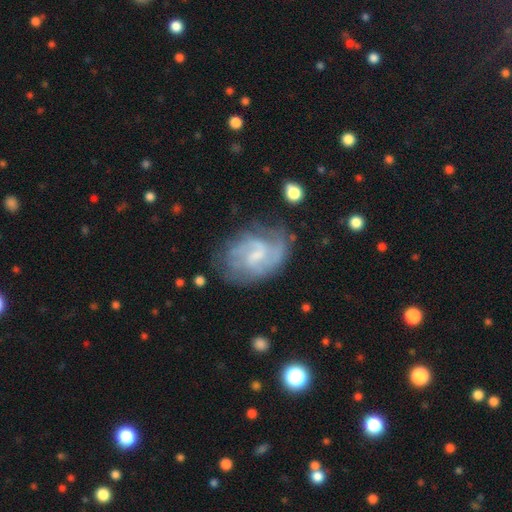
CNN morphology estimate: type=featured or disk (78%); edge-on=no (97%); bar=weak (58%); spiral arms=yes (90%); winding=medium (45%); arm count=2 (51%); bulge=small (48%); merging=none (63%).